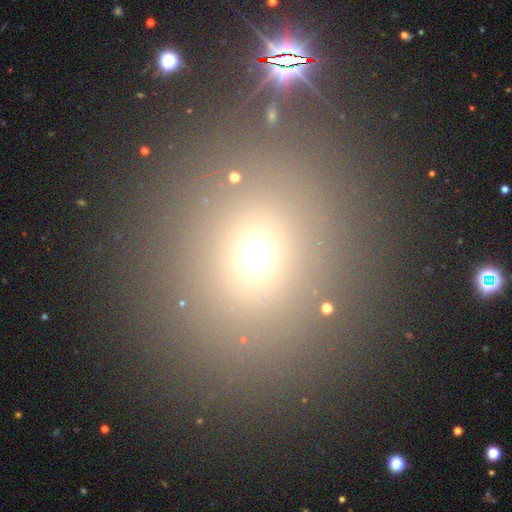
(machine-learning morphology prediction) Smooth or featured? Predicted: smooth (p=0.65). How rounded? Predicted: round (p=0.77). Merging? Predicted: none (p=0.80).